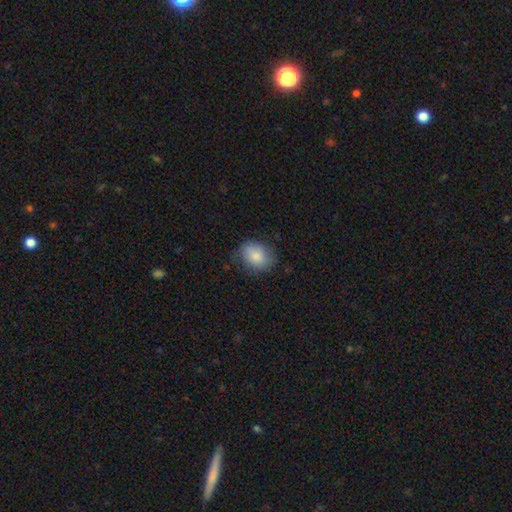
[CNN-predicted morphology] This is clearly a smooth galaxy (83%). How rounded: possibly in between (57%). Merging: likely none (71%).